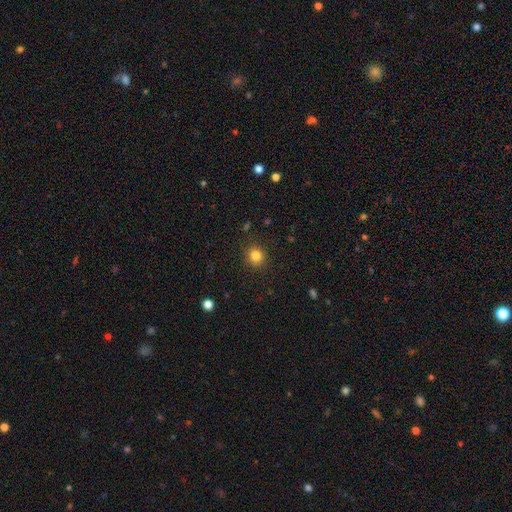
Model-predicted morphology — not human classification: Smooth or featured: smooth — 82% (star or artifact — 13%)
How rounded: round — 90% (in between — 10%)
Merging: none — 88% (minor disturbance — 8%)